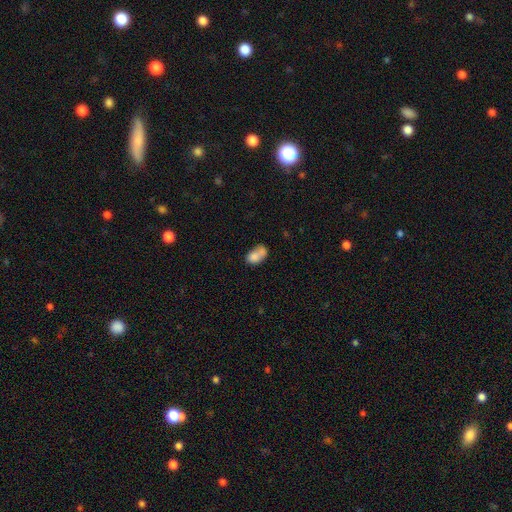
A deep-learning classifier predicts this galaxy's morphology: Q: Smooth or featured?
A: smooth (75%); runner-up: featured or disk (16%)
Q: How rounded?
A: in between (80%); runner-up: round (18%)
Q: Merging?
A: merger (49%); runner-up: none (27%)